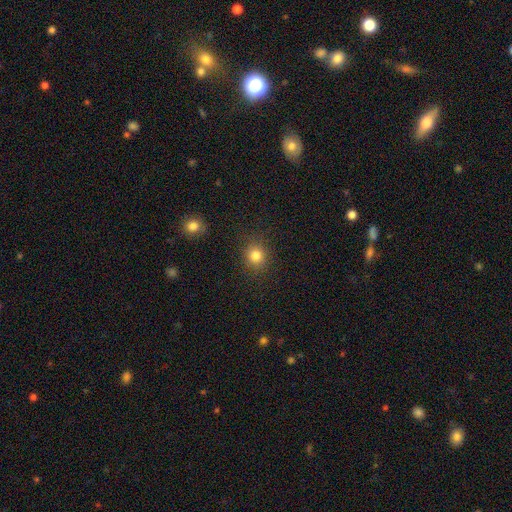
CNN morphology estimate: smooth_or_featured: smooth (p=0.82) [alt: star or artifact p=0.12]
how_rounded: round (p=0.82) [alt: in between p=0.17]
merging: none (p=0.88) [alt: minor disturbance p=0.08]